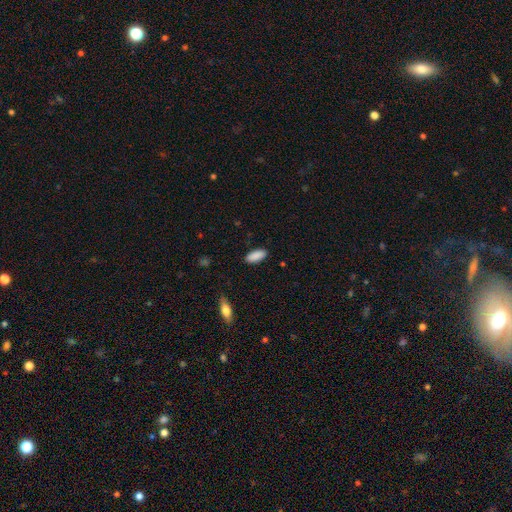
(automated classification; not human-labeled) A smooth galaxy with no disk features (90%) that is in between round and cigar-shaped (84%). Merging: none (87%).